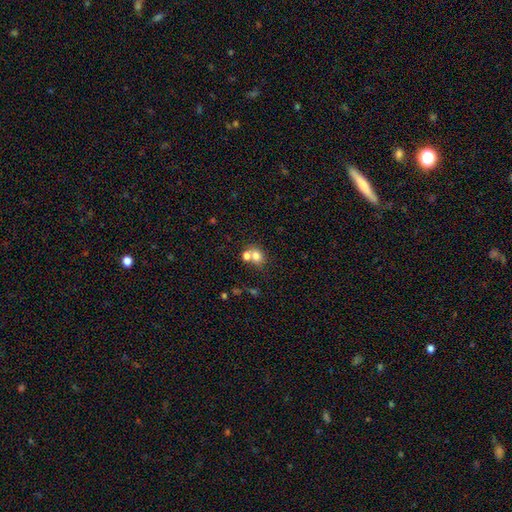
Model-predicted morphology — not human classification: Smooth or featured? smooth (74%)
How rounded? round (60%)
Merging? merger (45%)